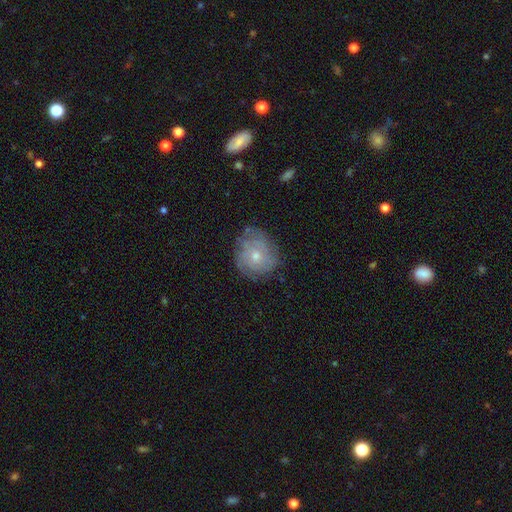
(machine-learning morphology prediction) smooth-or-featured: featured or disk: 64% | smooth: 27% | star or artifact: 10%
  disk-edge-on: no: 97% | yes: 3%
    bar: no: 80% | weak: 17% | strong: 3%
    has-spiral-arms: yes: 84% | no: 16%
      spiral-winding: tight: 69% | medium: 23% | loose: 7%
      spiral-arm-count: can't tell: 52% | 2: 14% | 3: 14% | 4: 9% | more than 4: 5% | 1: 5%
    bulge-size: small: 48% (tied) | moderate: 48% (tied) | large: 2% | none: 1% | dominant: 1%
  merging: none: 73% | minor disturbance: 19% | major disturbance: 6% | merger: 1%